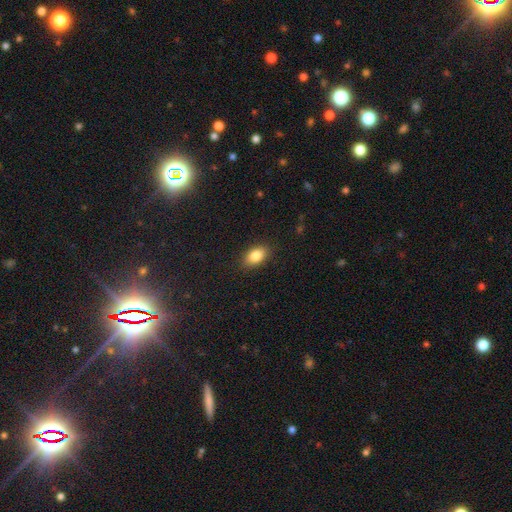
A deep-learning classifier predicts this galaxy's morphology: The model was most divided on "smooth or featured": smooth: 85%, star or artifact: 8%, featured or disk: 7%. More confident: how rounded — in between (89%); merging — none (87%).